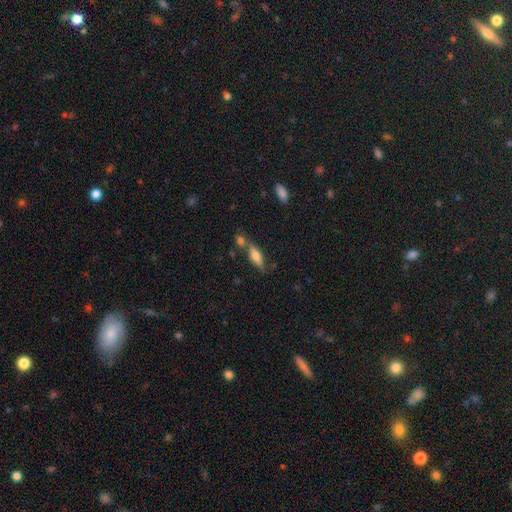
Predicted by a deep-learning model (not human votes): This is likely a smooth galaxy (63%). How rounded: possibly in between (51%). Merging: possibly none (57%).